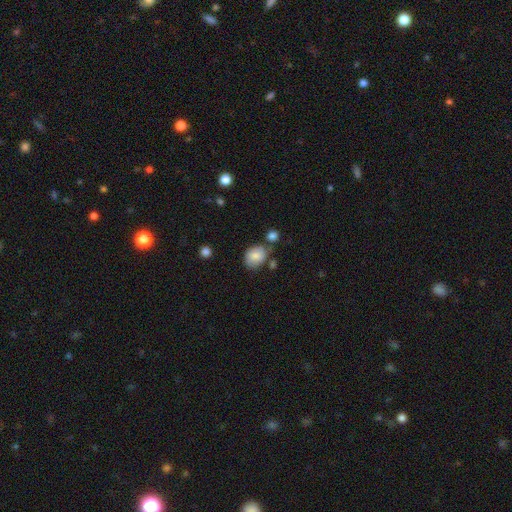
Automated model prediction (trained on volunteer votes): Morphology: type=smooth (84%); roundness=in between (62%); merging=none (62%).